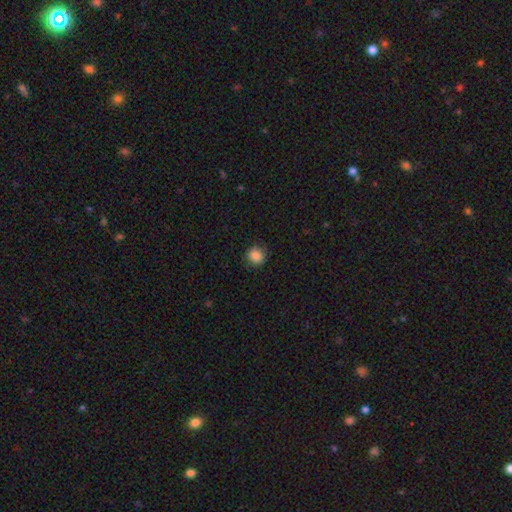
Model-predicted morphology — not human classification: Smooth or featured? Predicted: smooth (p=0.85). How rounded? Predicted: round (p=0.88). Merging? Predicted: none (p=0.85).